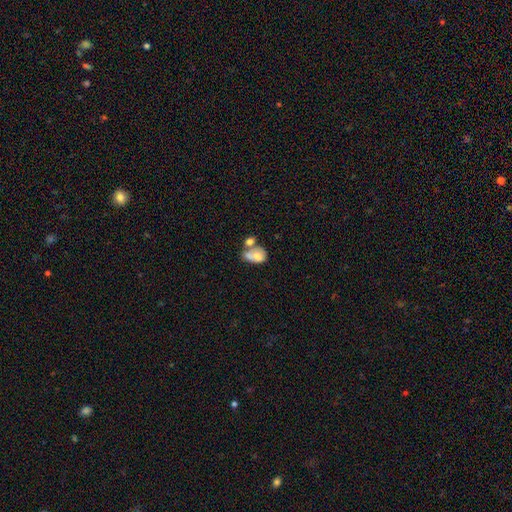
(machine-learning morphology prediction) This is likely a smooth galaxy (66%). How rounded: likely in between (74%). Merging: possibly merger (59%).